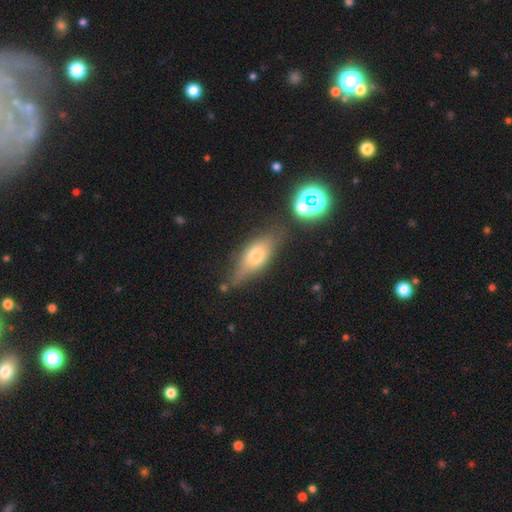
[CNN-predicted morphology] smooth 47%, featured or disk 39%, star or artifact 14%. Down the decision tree: merging — none (70%).